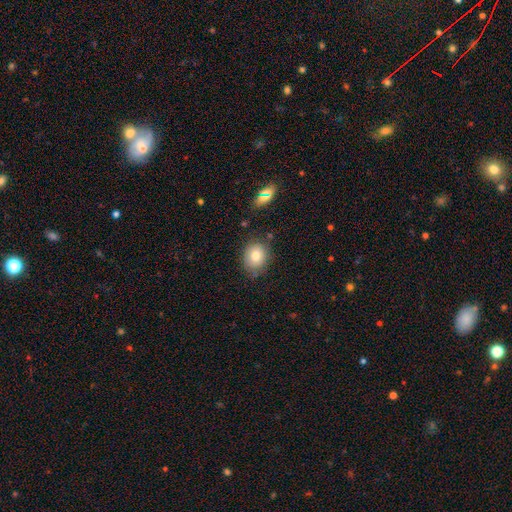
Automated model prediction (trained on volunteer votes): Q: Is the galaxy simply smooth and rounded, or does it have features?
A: smooth — 80%.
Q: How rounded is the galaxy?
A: round — 62%.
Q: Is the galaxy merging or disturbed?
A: none — 79%.